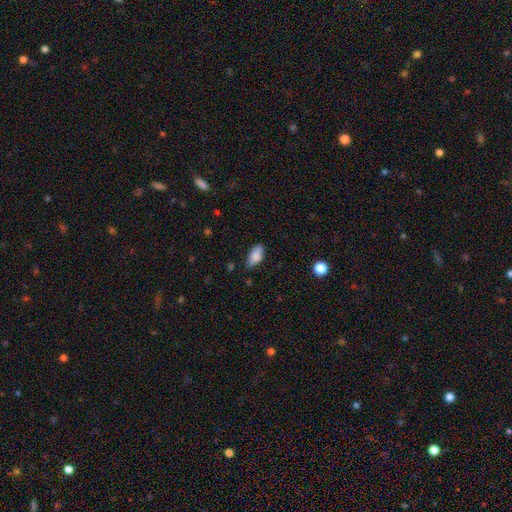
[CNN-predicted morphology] A smooth galaxy with no disk features (86%) that is in between round and cigar-shaped (89%).

Vote fractions:
- Smooth or featured? smooth: 86% / star or artifact: 7% / featured or disk: 7%
- How rounded? in between: 89% / cigar-shaped: 8% / round: 3%
- Merging? none: 72% / minor disturbance: 23% / major disturbance: 4% / merger: 2%